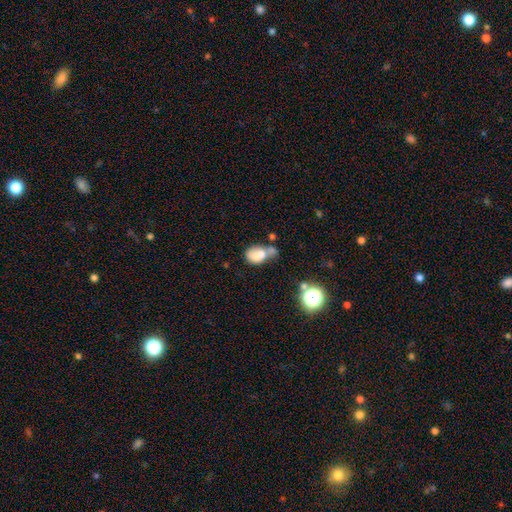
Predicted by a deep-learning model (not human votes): Smooth or featured: smooth — 68% (featured or disk — 19%)
How rounded: in between — 73% (round — 25%)
Merging: merger — 49% (none — 21%)